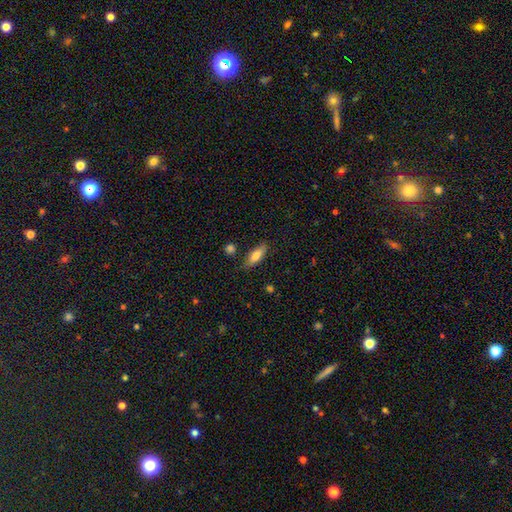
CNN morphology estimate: A smooth galaxy with no disk features (76%) that is in between round and cigar-shaped (61%).

Vote fractions:
- Smooth or featured? smooth: 76% / featured or disk: 17% / star or artifact: 7%
- How rounded? in between: 61% / cigar-shaped: 36% / round: 2%
- Merging? none: 79% / minor disturbance: 15% / merger: 3% / major disturbance: 3%